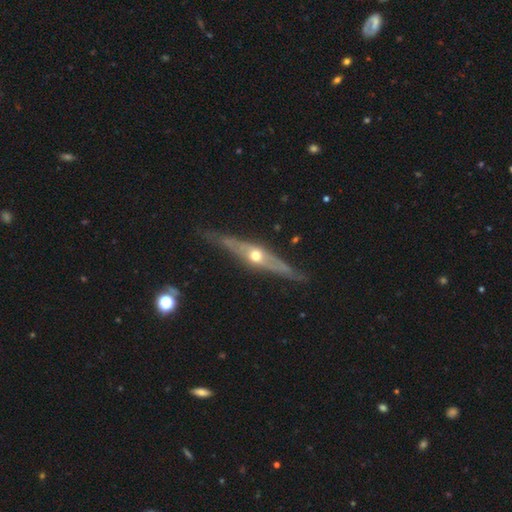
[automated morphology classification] A featured or disk galaxy (77%) viewed edge-on (87%) with a rounded central bulge (91%).

Vote fractions:
- Smooth or featured? featured or disk: 77% / smooth: 18% / star or artifact: 5%
- Edge-on disk? yes: 87% / no: 13%
- Edge-on bulge? rounded: 91% / none: 7% / boxy: 3%
- Merging? none: 80% / minor disturbance: 15% / major disturbance: 4% / merger: 2%